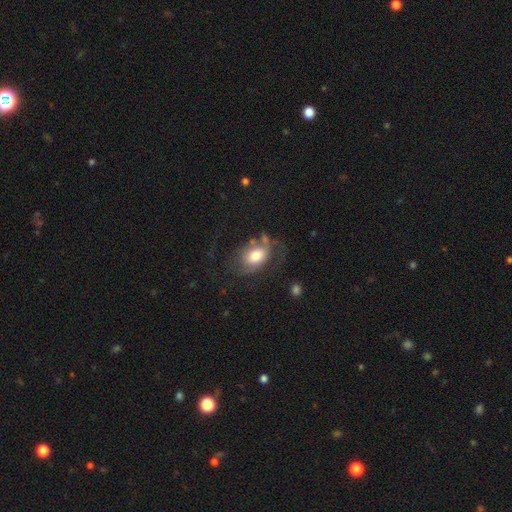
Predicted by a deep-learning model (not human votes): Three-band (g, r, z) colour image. It shows a smooth galaxy with no disk features (47%). Merging: none (42%).